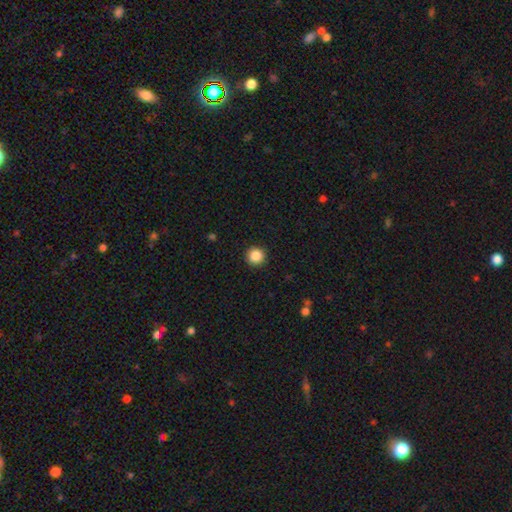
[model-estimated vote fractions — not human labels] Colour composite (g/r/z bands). It shows a smooth galaxy with no disk features (88%) that is round (96%). Merging: none (93%).